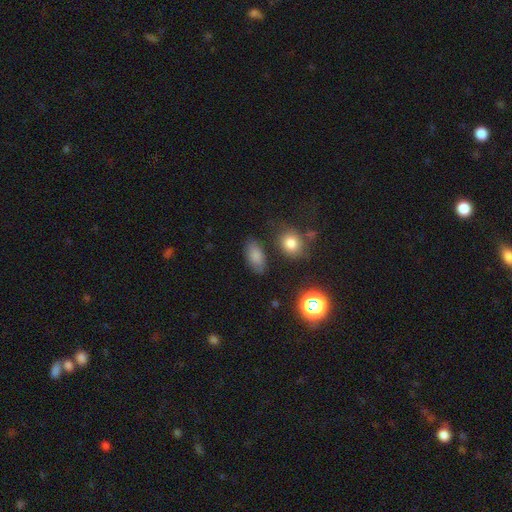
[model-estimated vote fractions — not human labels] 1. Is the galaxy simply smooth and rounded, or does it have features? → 80% smooth, 12% star or artifact, 9% featured or disk.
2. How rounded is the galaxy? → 89% in between, 7% round, 4% cigar-shaped.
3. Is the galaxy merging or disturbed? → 76% none, 15% minor disturbance, 5% major disturbance, 4% merger.